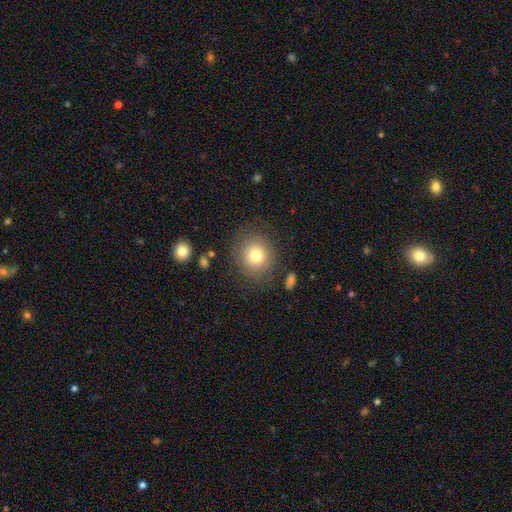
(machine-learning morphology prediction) Overall: smooth (75%). How rounded: round (82%). Merging: none (80%).